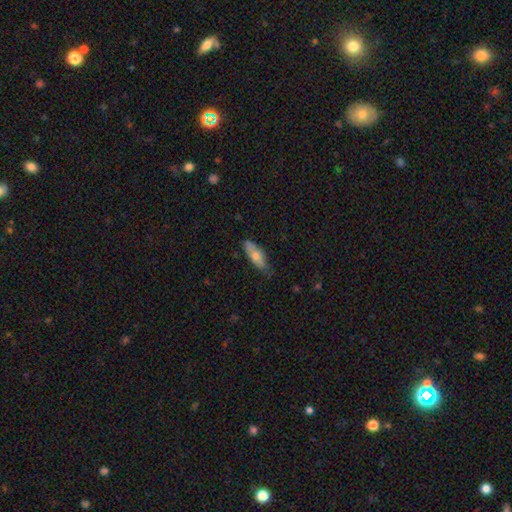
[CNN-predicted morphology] smooth_or_featured: smooth (p=0.65) [alt: featured or disk p=0.28]
how_rounded: in between (p=0.62) [alt: cigar-shaped p=0.36]
merging: none (p=0.69) [alt: minor disturbance p=0.26]